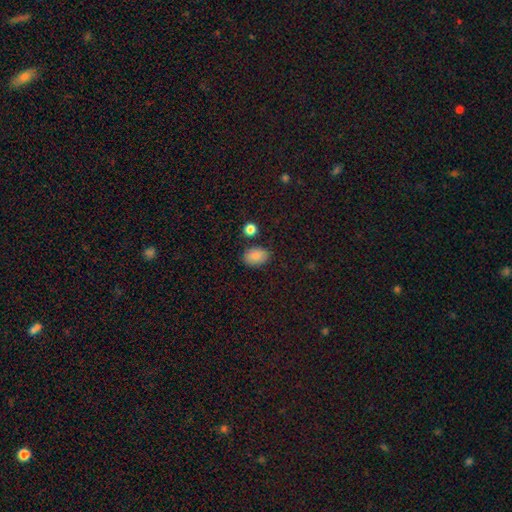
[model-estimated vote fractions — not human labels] Overall: smooth (86%). How rounded: in between (83%). Merging: none (81%).